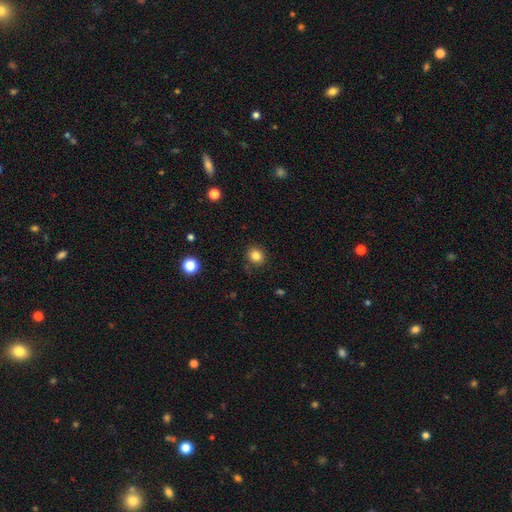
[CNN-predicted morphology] Q: Smooth or featured?
A: smooth (84%); runner-up: star or artifact (11%)
Q: How rounded?
A: round (71%); runner-up: in between (28%)
Q: Merging?
A: none (86%); runner-up: minor disturbance (9%)